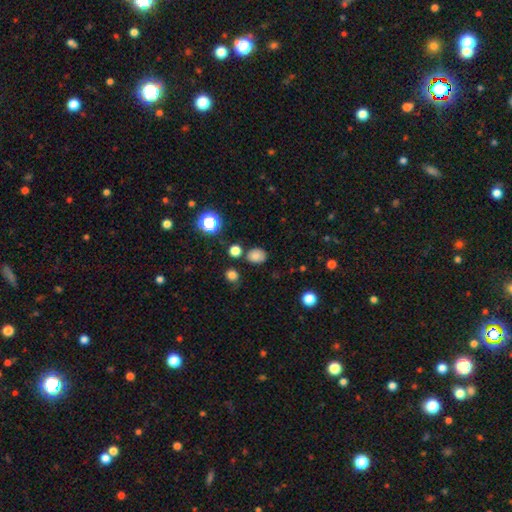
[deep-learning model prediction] Morphology: type=smooth (79%); roundness=round (52%); merging=none (77%).